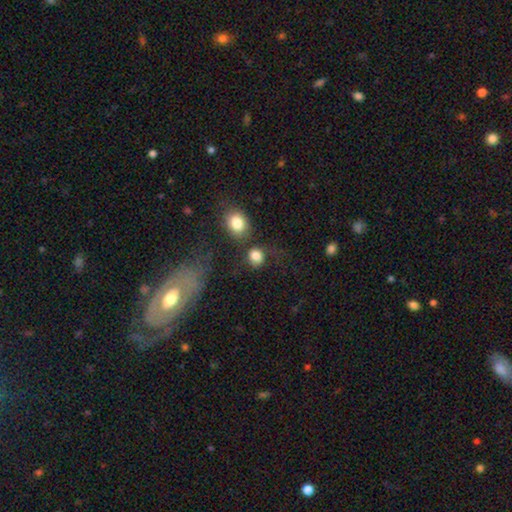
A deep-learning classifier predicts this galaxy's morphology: Smooth or featured: smooth — 83% (star or artifact — 9%)
How rounded: round — 73% (in between — 26%)
Merging: none — 55% (minor disturbance — 16%)